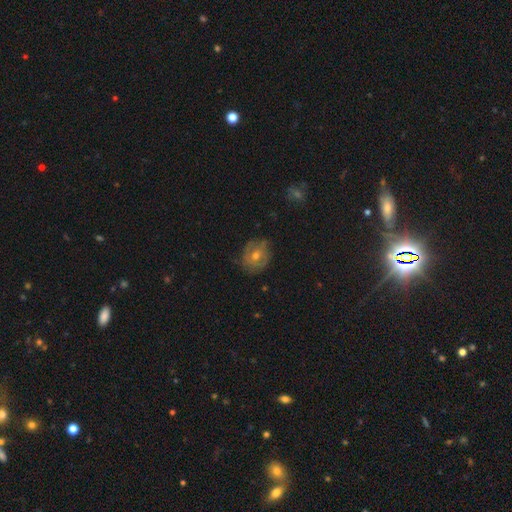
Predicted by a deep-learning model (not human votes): A featured or disk galaxy (52%). Merging: none (76%).